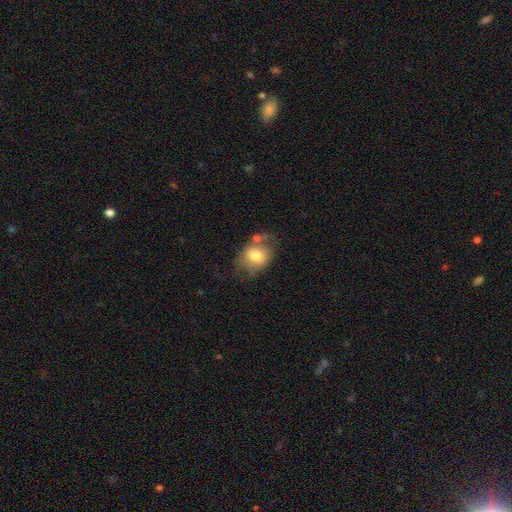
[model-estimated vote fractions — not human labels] Smooth or featured? smooth (71%)
How rounded? in between (52%)
Merging? none (48%)